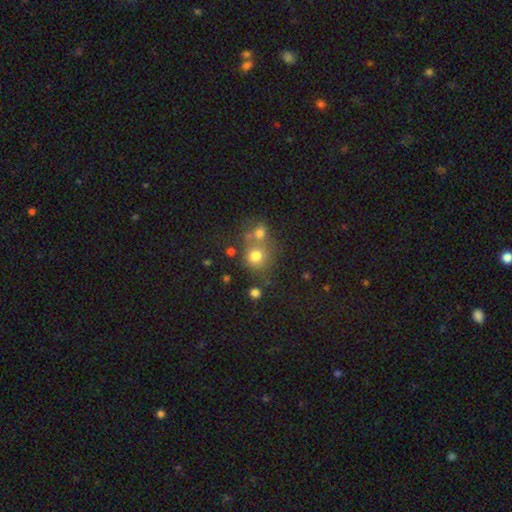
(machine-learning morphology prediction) Smooth or featured? Predicted: smooth (p=0.74). How rounded? Predicted: round (p=0.86). Merging? Predicted: none (p=0.49).